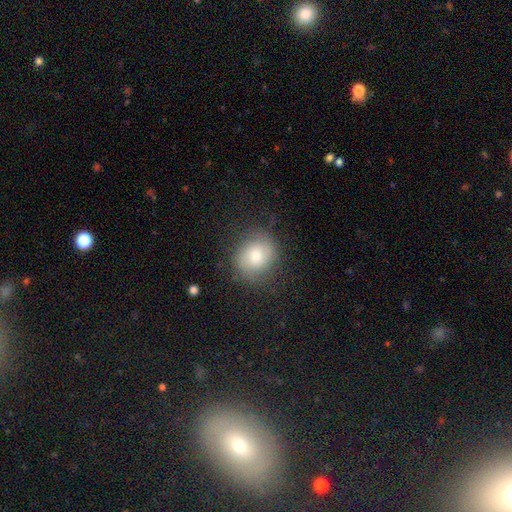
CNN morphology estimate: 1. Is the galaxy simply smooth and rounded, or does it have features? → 70% smooth, 21% featured or disk, 9% star or artifact.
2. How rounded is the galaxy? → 73% round, 26% in between, 1% cigar-shaped.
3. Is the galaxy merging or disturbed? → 78% none, 15% minor disturbance, 6% major disturbance, 1% merger.